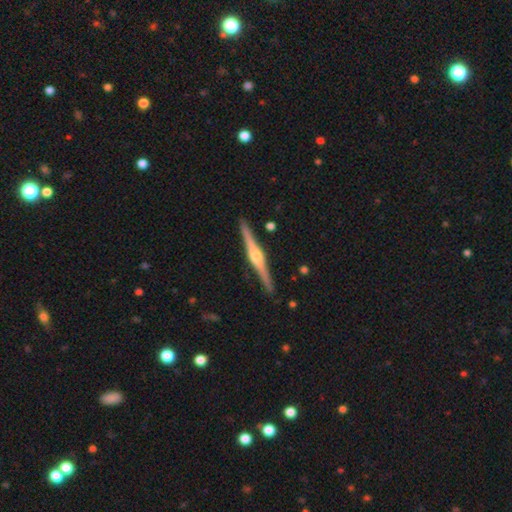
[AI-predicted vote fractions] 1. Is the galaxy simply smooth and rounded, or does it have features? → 84% featured or disk, 11% smooth, 5% star or artifact.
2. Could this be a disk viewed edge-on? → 99% yes, 1% no.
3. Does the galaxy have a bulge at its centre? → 91% rounded, 6% boxy, 3% none.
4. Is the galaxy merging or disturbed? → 92% none, 6% minor disturbance, 1% major disturbance, 1% merger.